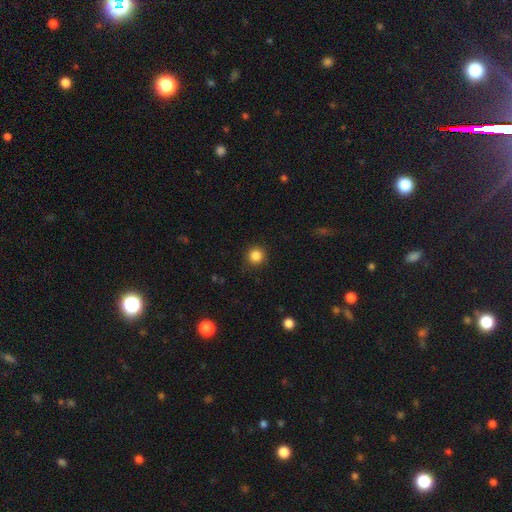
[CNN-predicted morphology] Overall: smooth (86%). How rounded: round (94%). Merging: none (90%).